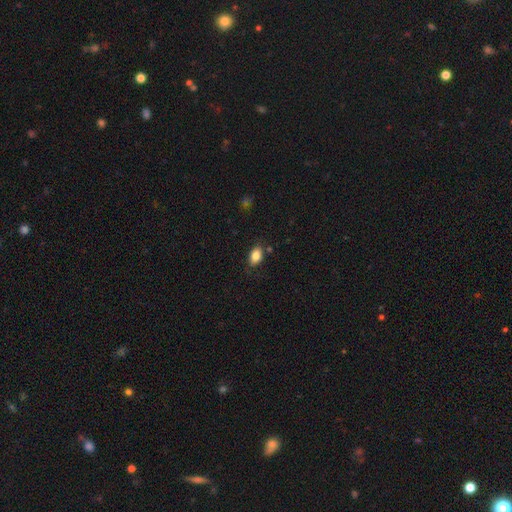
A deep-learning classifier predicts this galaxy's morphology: smooth 85%, star or artifact 8%, featured or disk 7%. Down the decision tree: how rounded — in between (87%); merging — none (81%).